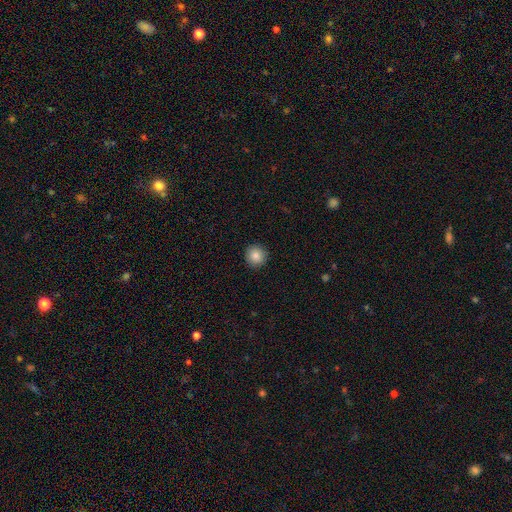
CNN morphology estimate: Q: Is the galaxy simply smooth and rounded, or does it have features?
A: smooth — 85%.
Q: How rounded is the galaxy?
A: round — 94%.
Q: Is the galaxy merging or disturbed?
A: none — 92%.